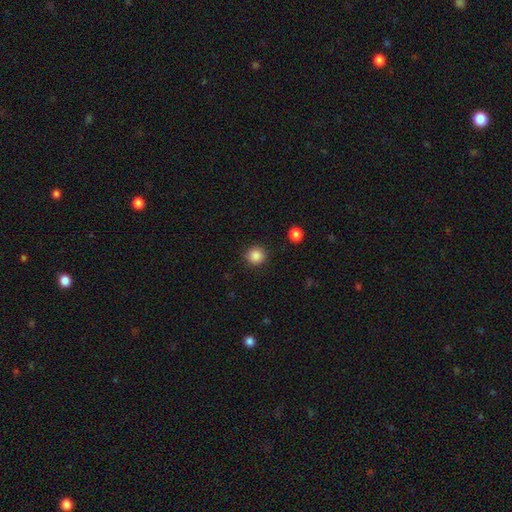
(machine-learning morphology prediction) type=smooth (87%); roundness=round (93%); merging=none (90%).